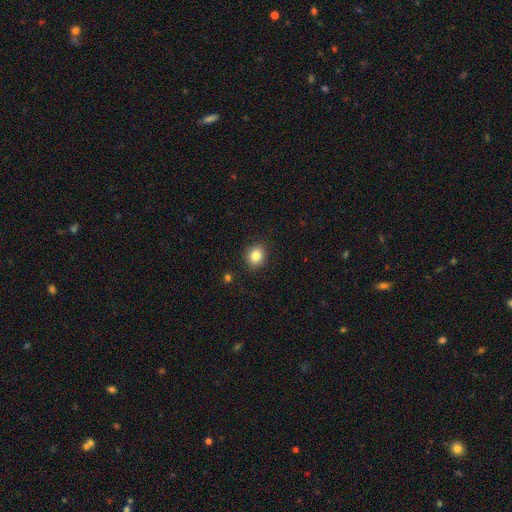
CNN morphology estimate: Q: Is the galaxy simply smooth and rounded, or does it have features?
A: smooth — 84%.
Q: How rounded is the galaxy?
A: round — 67%.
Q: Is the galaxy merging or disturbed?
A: none — 89%.